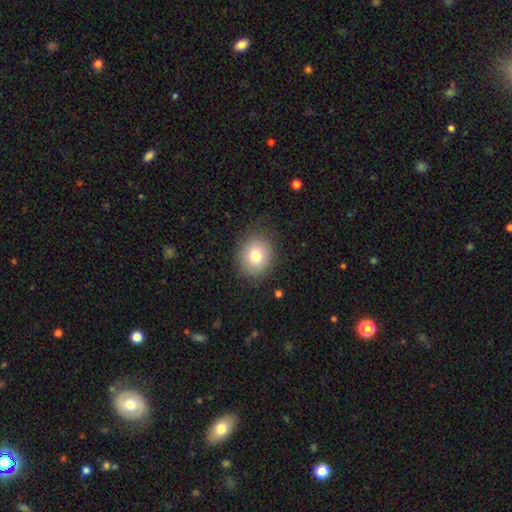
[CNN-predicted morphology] Smooth or featured? smooth (79%)
How rounded? round (62%)
Merging? none (83%)